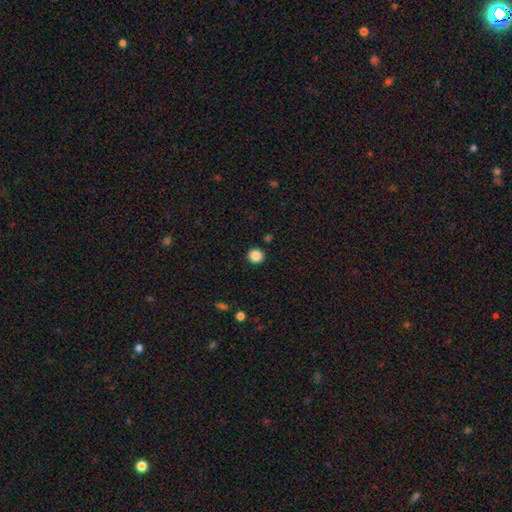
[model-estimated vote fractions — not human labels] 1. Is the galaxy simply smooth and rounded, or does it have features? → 86% smooth, 10% star or artifact, 4% featured or disk.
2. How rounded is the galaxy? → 93% round, 7% in between, 1% cigar-shaped.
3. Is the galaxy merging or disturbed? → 92% none, 5% minor disturbance, 2% major disturbance, 2% merger.